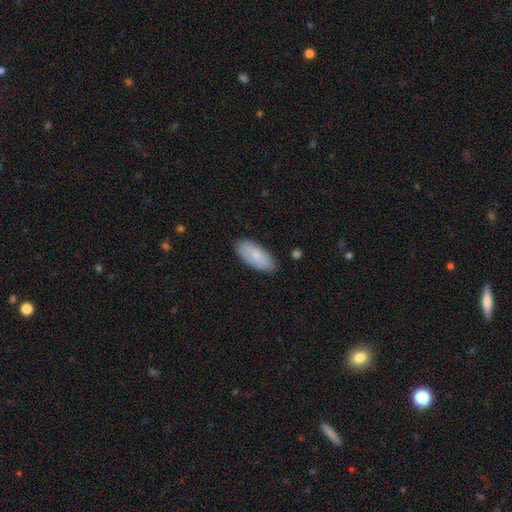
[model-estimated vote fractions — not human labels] Smooth or featured?
  - smooth: 78% *
  - featured or disk: 16%
  - star or artifact: 6%
How rounded?
  - in between: 88% *
  - cigar-shaped: 10%
  - round: 2%
Merging?
  - none: 84% *
  - minor disturbance: 13%
  - major disturbance: 2%
  - merger: 1%